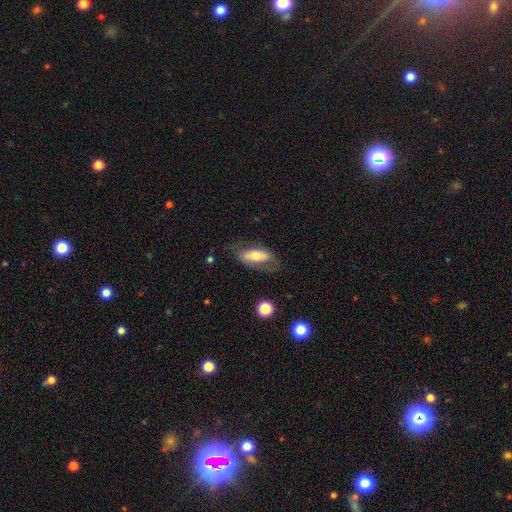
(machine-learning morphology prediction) smooth 53%, featured or disk 41%, star or artifact 7%. Down the decision tree: how rounded — in between (80%); merging — none (61%).